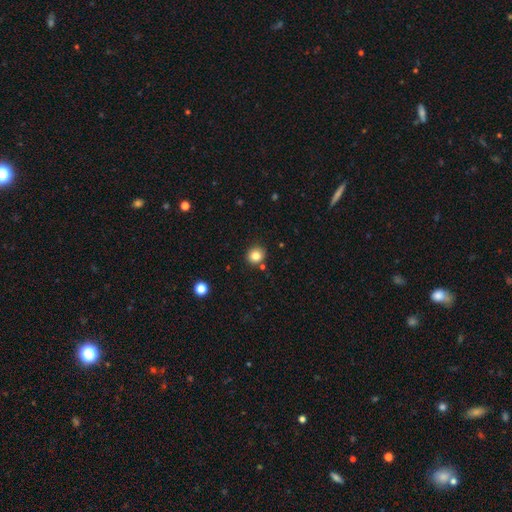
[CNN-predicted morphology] Smooth or featured? Predicted: smooth (p=0.81). How rounded? Predicted: round (p=0.89). Merging? Predicted: none (p=0.86).